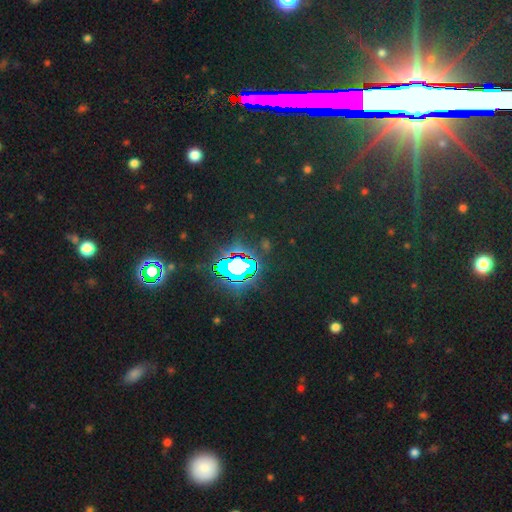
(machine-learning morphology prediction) A star or artifact, not a galaxy (83%).